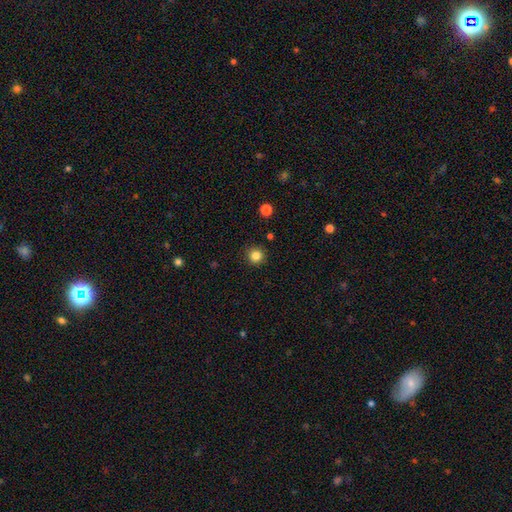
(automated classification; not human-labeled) smooth 84%, star or artifact 12%, featured or disk 4%. Down the decision tree: how rounded — round (94%); merging — none (90%).